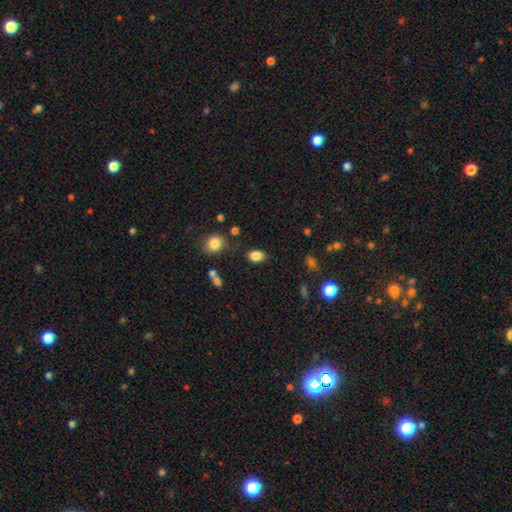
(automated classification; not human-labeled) Overall: smooth (84%). How rounded: in between (76%). Merging: none (79%).